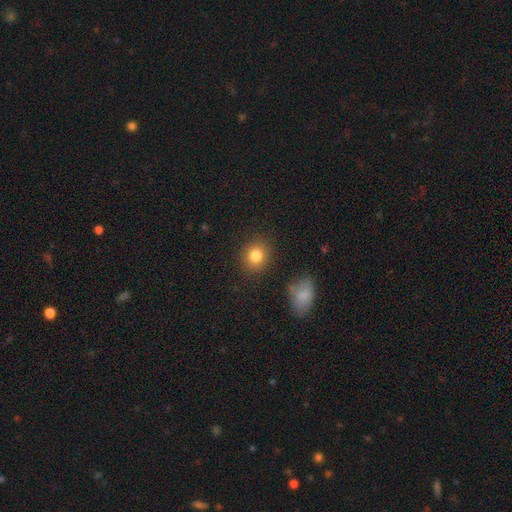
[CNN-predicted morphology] Smooth or featured?
  - smooth: 83% *
  - star or artifact: 11%
  - featured or disk: 6%
How rounded?
  - round: 77% *
  - in between: 22%
  - cigar-shaped: 1%
Merging?
  - none: 87% *
  - minor disturbance: 8%
  - major disturbance: 3%
  - merger: 2%